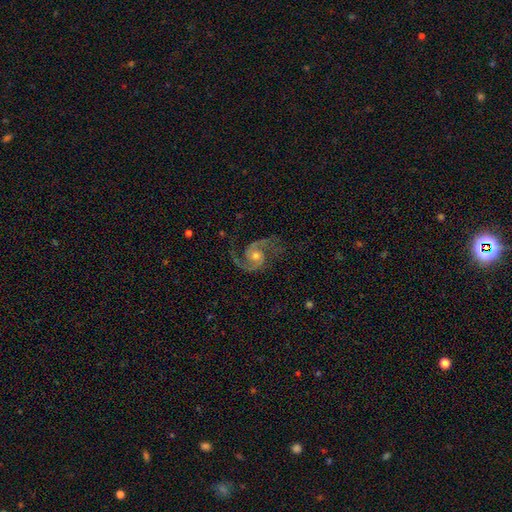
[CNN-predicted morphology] Overall: featured or disk (91%). Edge-on disk: no (98%). Bar: no (67%; weak 27%). Spiral arms: yes (98%). Spiral arm count: 2 (93%). Spiral winding: medium (61%; loose 24%). Bulge size: moderate (60%; small 32%). Merging: none (76%).